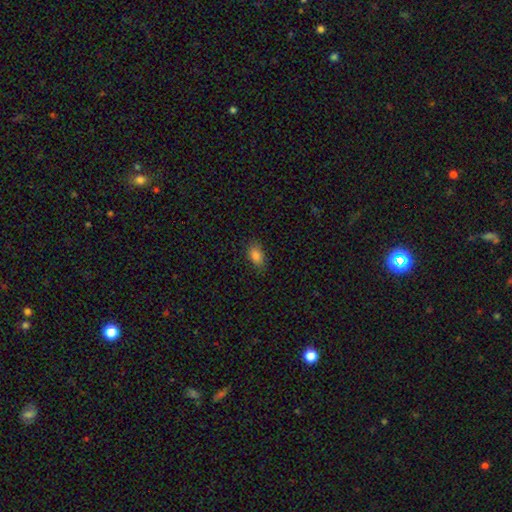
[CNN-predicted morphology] Smooth or featured? Predicted: smooth (p=0.83). How rounded? Predicted: in between (p=0.88). Merging? Predicted: none (p=0.83).